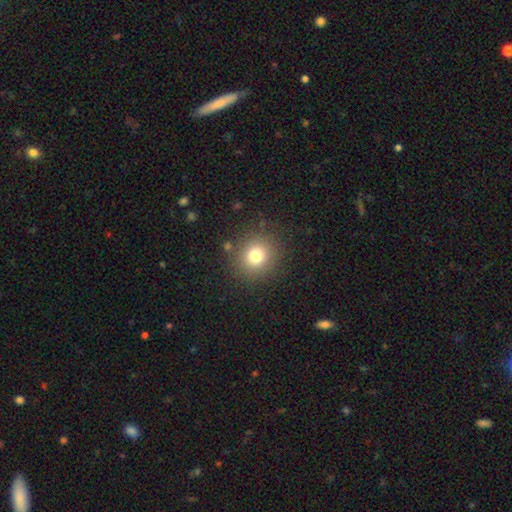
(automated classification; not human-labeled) The model was most divided on "smooth or featured": smooth: 76%, star or artifact: 15%, featured or disk: 9%. More confident: how rounded — round (88%); merging — none (87%).